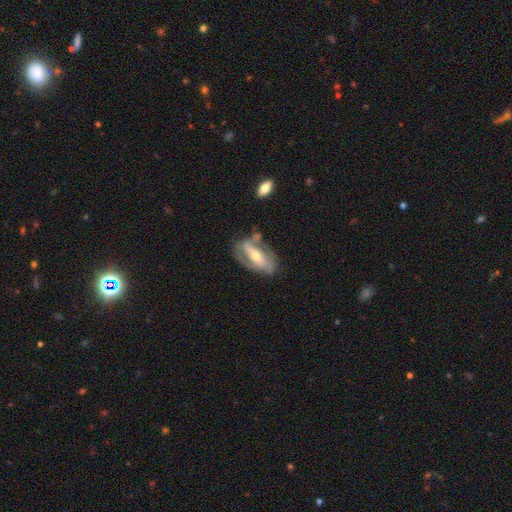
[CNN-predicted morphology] smooth-or-featured: featured or disk: 74% | smooth: 20% | star or artifact: 6%
  disk-edge-on: no: 86% | yes: 14%
    bar: strong: 54% | no: 24% | weak: 23%
    has-spiral-arms: yes: 67% | no: 33%
    bulge-size: moderate: 55% | small: 40% | large: 3% | none: 1% | dominant: 1%
  merging: none: 61% | minor disturbance: 21% | major disturbance: 11% | merger: 7%